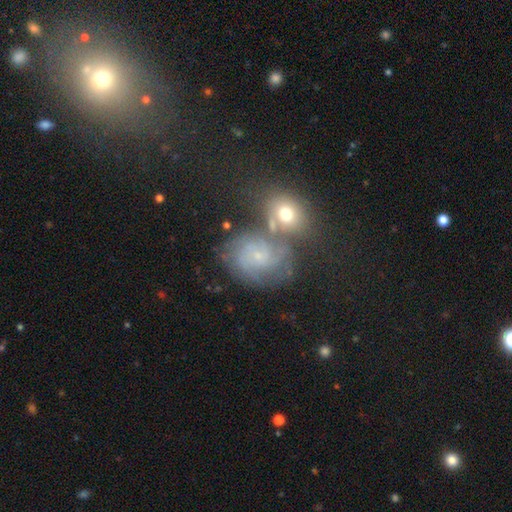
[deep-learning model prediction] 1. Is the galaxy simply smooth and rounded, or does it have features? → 67% featured or disk, 18% smooth, 15% star or artifact.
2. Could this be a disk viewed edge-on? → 98% no, 2% yes.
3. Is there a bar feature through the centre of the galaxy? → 71% no, 25% weak, 5% strong.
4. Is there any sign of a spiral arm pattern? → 92% yes, 8% no.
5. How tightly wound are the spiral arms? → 57% tight, 34% medium, 9% loose.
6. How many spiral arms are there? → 33% can't tell, 23% 2, 23% 3, 8% 4, 6% 1, 6% more than 4.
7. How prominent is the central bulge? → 81% small, 13% moderate, 4% none, 1% large, 1% dominant.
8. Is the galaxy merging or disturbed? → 56% none, 18% minor disturbance, 17% merger, 10% major disturbance.